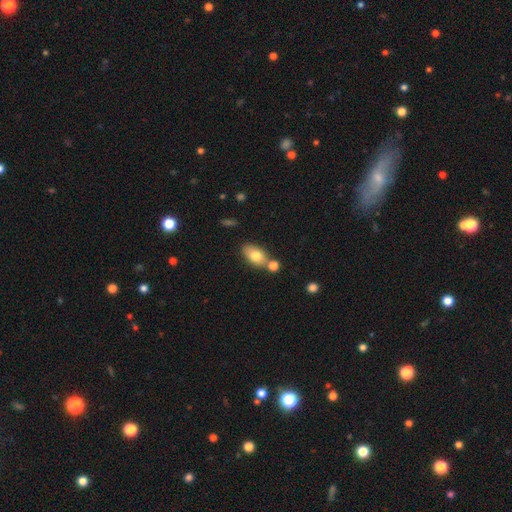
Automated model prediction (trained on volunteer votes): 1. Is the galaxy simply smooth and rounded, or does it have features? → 77% smooth, 15% featured or disk, 8% star or artifact.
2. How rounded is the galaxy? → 87% in between, 11% round, 2% cigar-shaped.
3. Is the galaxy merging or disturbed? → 62% none, 21% merger, 13% minor disturbance, 3% major disturbance.